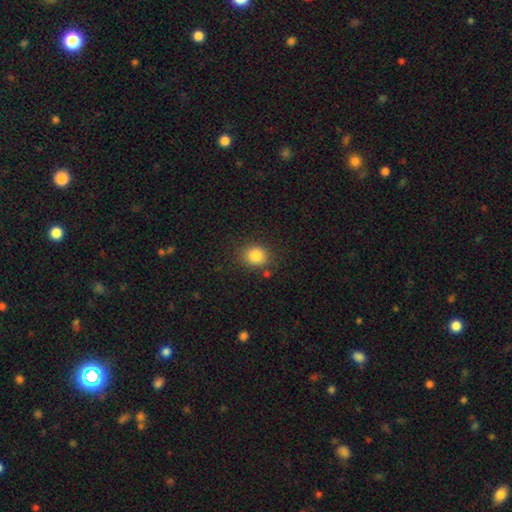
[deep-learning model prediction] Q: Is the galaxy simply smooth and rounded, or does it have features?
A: smooth — 84%.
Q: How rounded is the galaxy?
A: round — 72%.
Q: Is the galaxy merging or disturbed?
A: none — 82%.